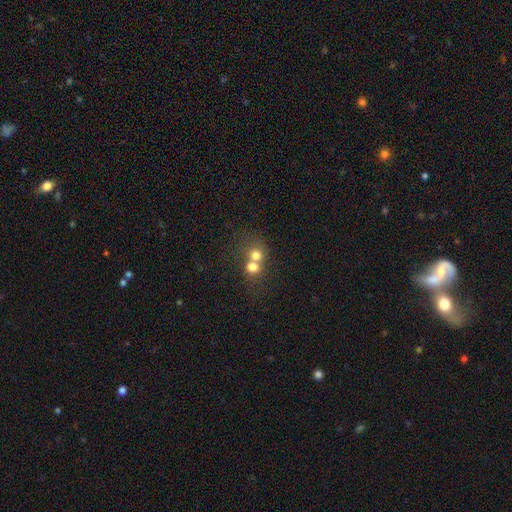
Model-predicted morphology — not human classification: This appears to be a smooth galaxy with no disk features (72%) that is round (78%). Merging: merger (65%).